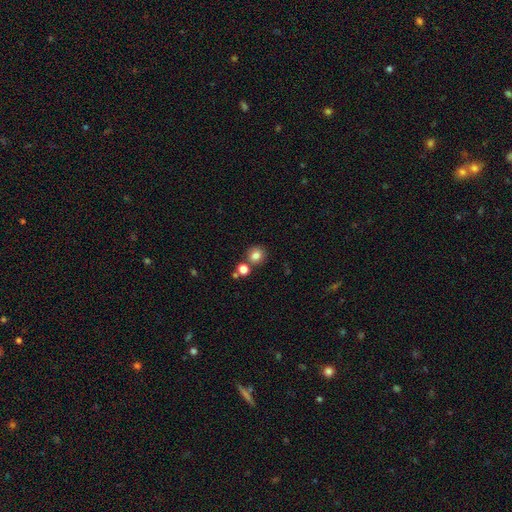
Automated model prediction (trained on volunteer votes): Smooth or featured?
  - smooth: 81% *
  - star or artifact: 12%
  - featured or disk: 7%
How rounded?
  - round: 88% *
  - in between: 12%
  - cigar-shaped: 1%
Merging?
  - none: 74% *
  - merger: 15%
  - minor disturbance: 8%
  - major disturbance: 3%